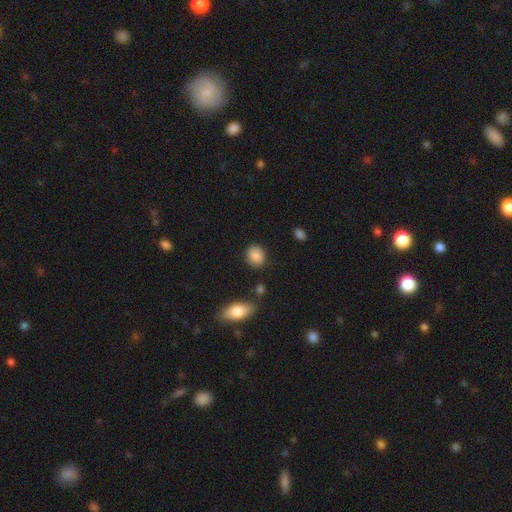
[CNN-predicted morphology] A smooth galaxy with no disk features (87%) that is round (62%).

Vote fractions:
- Smooth or featured? smooth: 87% / star or artifact: 8% / featured or disk: 5%
- How rounded? round: 62% / in between: 36% / cigar-shaped: 1%
- Merging? none: 84% / minor disturbance: 11% / major disturbance: 3% / merger: 3%